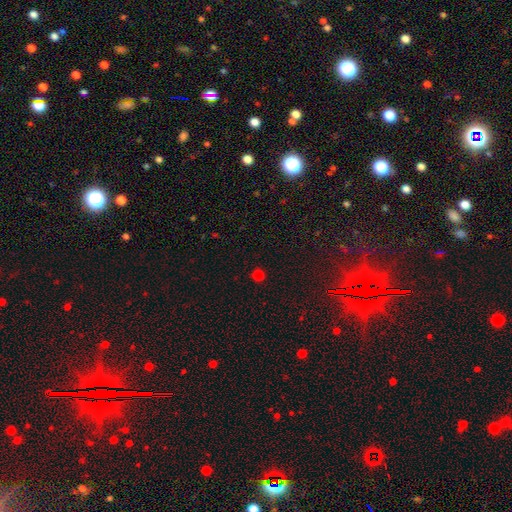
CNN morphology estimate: Q: Smooth or featured?
A: smooth (72%); runner-up: star or artifact (25%)
Q: How rounded?
A: round (92%); runner-up: in between (7%)
Q: Merging?
A: none (91%); runner-up: minor disturbance (6%)